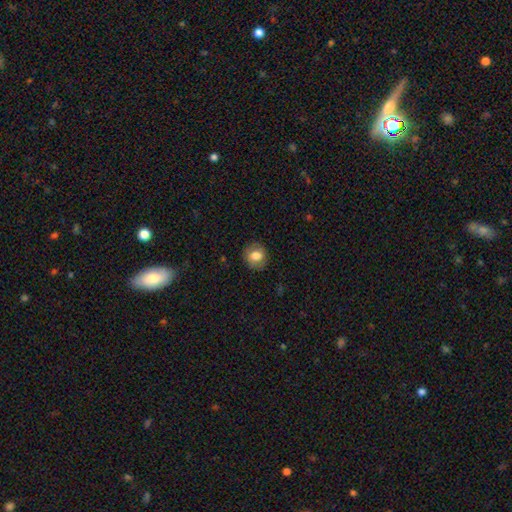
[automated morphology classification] Smooth or featured? smooth (75%)
How rounded? round (79%)
Merging? none (86%)